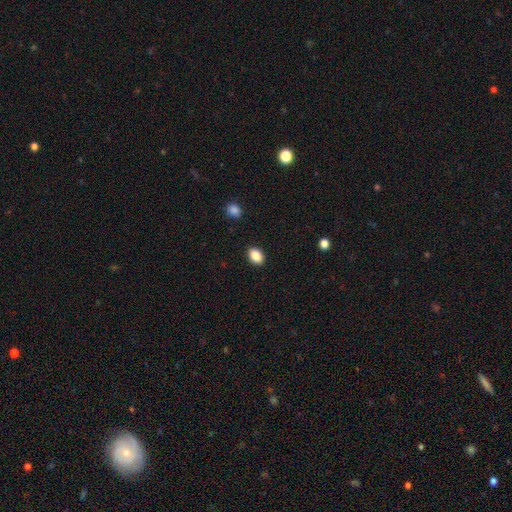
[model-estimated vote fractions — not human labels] Smooth or featured? Predicted: smooth (p=0.88). How rounded? Predicted: in between (p=0.80). Merging? Predicted: none (p=0.89).